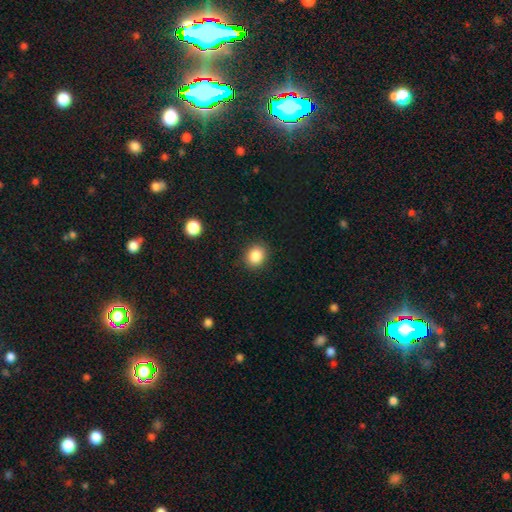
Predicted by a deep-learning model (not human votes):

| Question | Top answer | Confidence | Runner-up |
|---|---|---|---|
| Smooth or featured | smooth | 86% | star or artifact (10%) |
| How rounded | round | 65% | in between (34%) |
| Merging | none | 89% | minor disturbance (8%) |